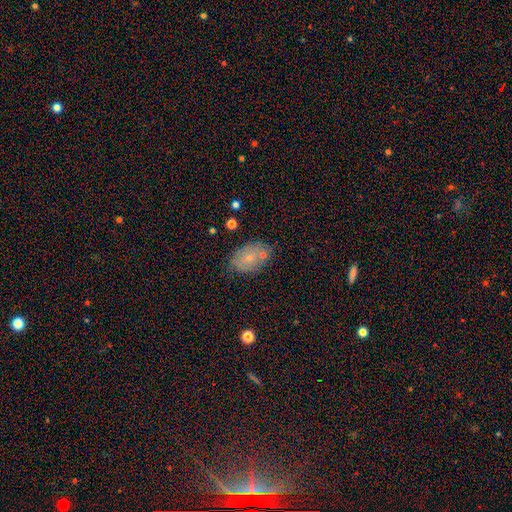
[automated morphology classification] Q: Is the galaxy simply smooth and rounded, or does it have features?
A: smooth — 55%.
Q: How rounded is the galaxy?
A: in between — 84%.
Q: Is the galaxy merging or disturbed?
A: none — 68%.